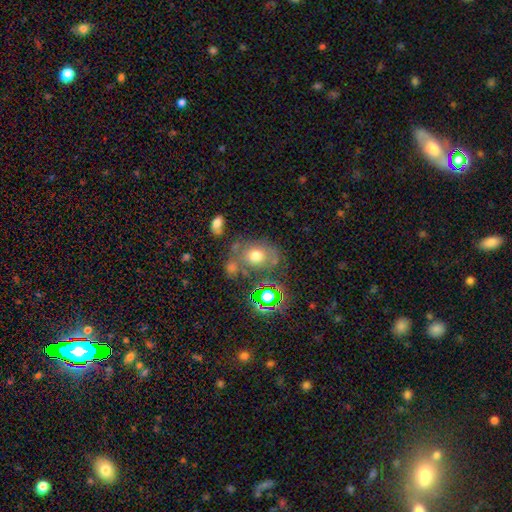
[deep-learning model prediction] This appears to be a smooth galaxy with no disk features (58%) that is in between round and cigar-shaped (52%). Merging: none (55%).